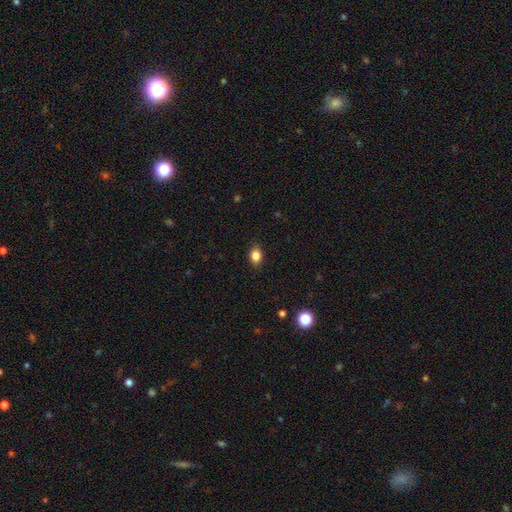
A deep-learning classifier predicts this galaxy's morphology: This appears to be a smooth galaxy with no disk features (85%) that is in between round and cigar-shaped (66%). Merging: none (88%).